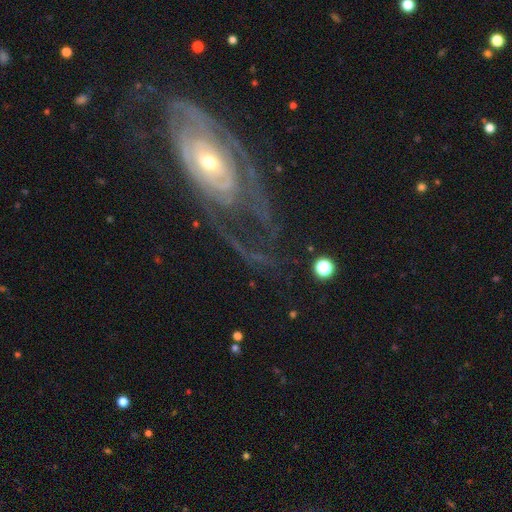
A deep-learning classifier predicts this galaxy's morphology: This is clearly a featured or disk galaxy (81%). It is clearly not viewed edge-on (92%). Bar: likely no (70%). Spiral arm pattern: likely yes (80%). Spiral arm count: marginally can't tell (41%). Spiral winding: likely tight (62%). Central bulge: possibly small (52%). Merging: possibly none (60%).